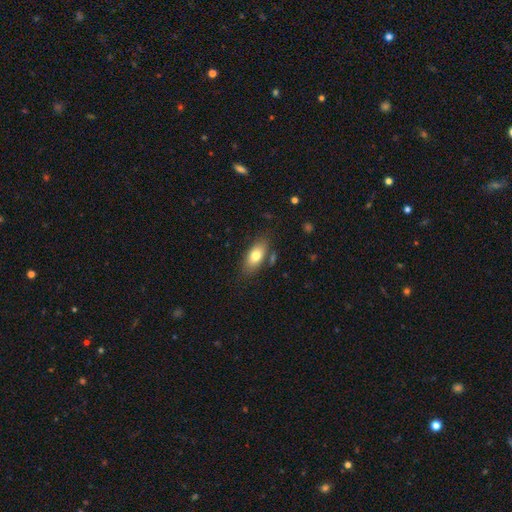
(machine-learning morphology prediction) This is likely a smooth galaxy (75%). How rounded: clearly in between (87%). Merging: likely none (76%).